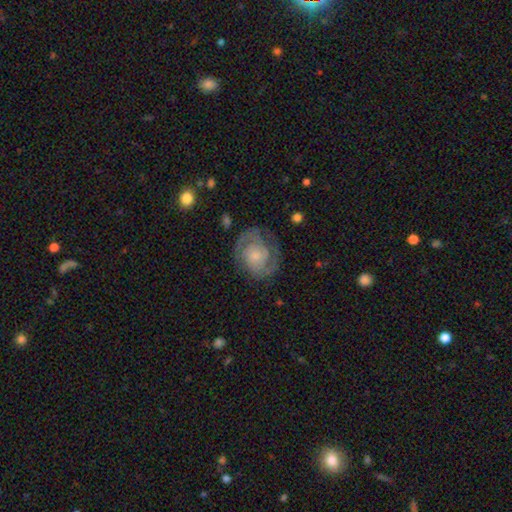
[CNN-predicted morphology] This appears to be a featured or disk galaxy (79%) with no bar (71%), 2 (74%) tight (54%) spiral arms (93%) and a small central bulge (52%). Merging: none (74%).